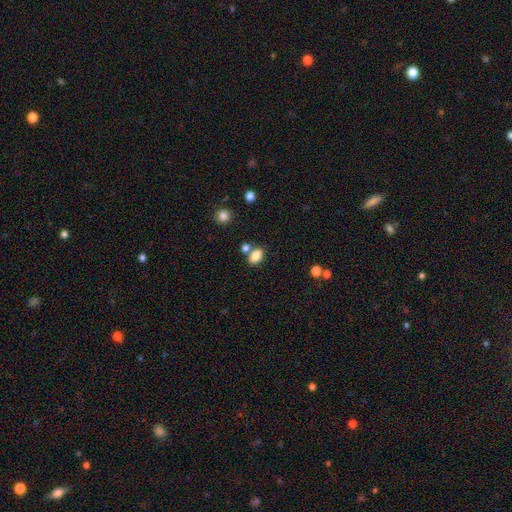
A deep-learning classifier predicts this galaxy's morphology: Smooth or featured?
  - smooth: 83% *
  - star or artifact: 10%
  - featured or disk: 7%
How rounded?
  - in between: 85% *
  - round: 13%
  - cigar-shaped: 2%
Merging?
  - none: 65% *
  - merger: 19%
  - minor disturbance: 12%
  - major disturbance: 3%